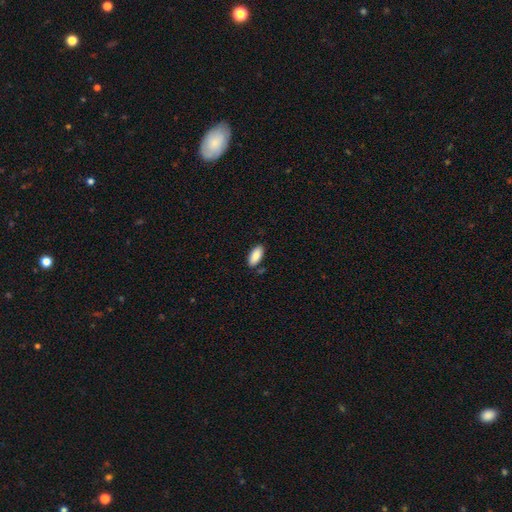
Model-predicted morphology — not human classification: Smooth or featured: smooth — 89% (star or artifact — 6%)
How rounded: in between — 90% (cigar-shaped — 9%)
Merging: none — 84% (minor disturbance — 11%)